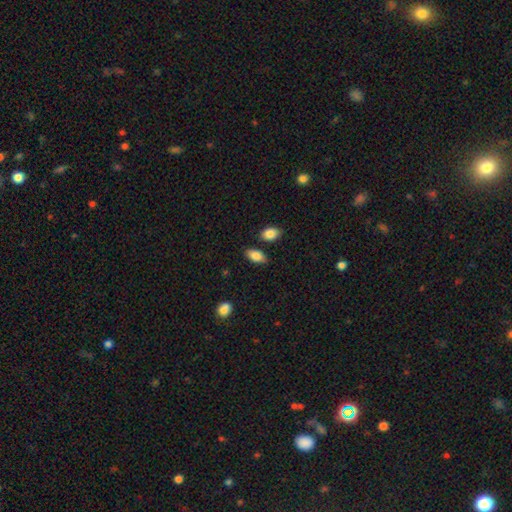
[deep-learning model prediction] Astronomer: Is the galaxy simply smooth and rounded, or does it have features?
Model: smooth — 86%.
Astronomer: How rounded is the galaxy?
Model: in between — 92%.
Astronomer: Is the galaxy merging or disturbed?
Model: none — 82%.